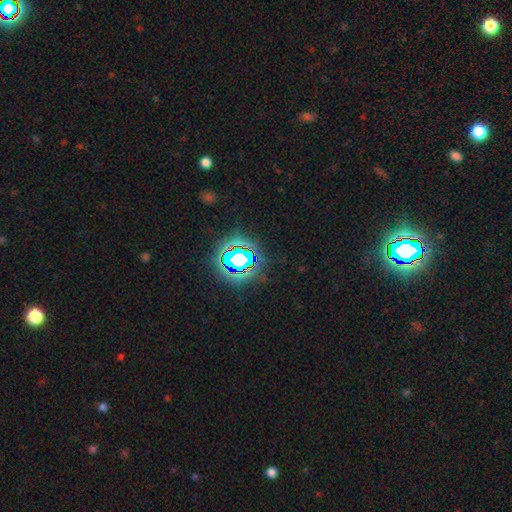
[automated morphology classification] This is clearly a star or artifact rather than a galaxy (82%).